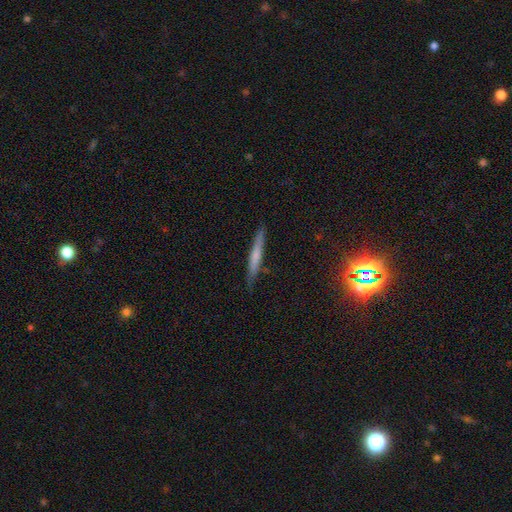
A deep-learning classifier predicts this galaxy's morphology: Smooth or featured?
  - smooth: 54% *
  - featured or disk: 39%
  - star or artifact: 8%
How rounded?
  - cigar-shaped: 95% *
  - in between: 3%
  - round: 2%
Merging?
  - none: 86% *
  - minor disturbance: 10%
  - major disturbance: 2%
  - merger: 1%